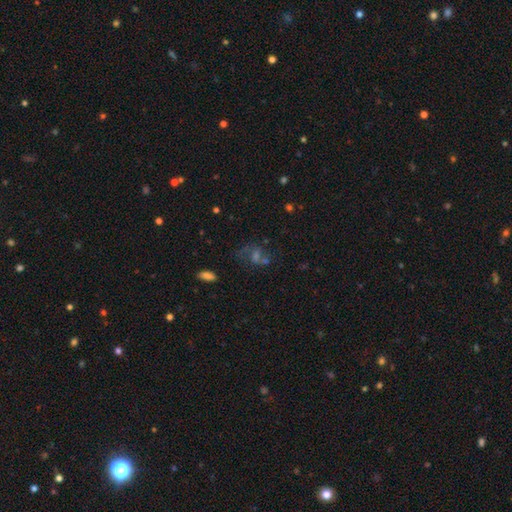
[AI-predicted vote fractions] A featured or disk galaxy (41%).

Vote fractions:
- Smooth or featured? featured or disk: 41% / star or artifact: 33% / smooth: 26%
- Merging? none: 48% / major disturbance: 21% / minor disturbance: 16% / merger: 16%